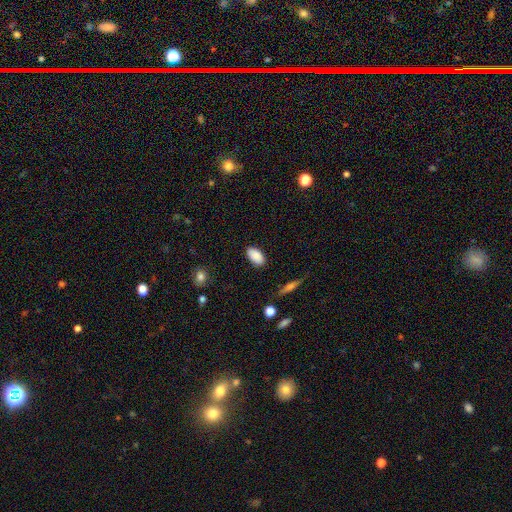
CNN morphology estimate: Smooth or featured?
  - smooth: 87% *
  - star or artifact: 7%
  - featured or disk: 5%
How rounded?
  - in between: 94% *
  - round: 4%
  - cigar-shaped: 2%
Merging?
  - none: 86% *
  - minor disturbance: 11%
  - major disturbance: 2%
  - merger: 1%